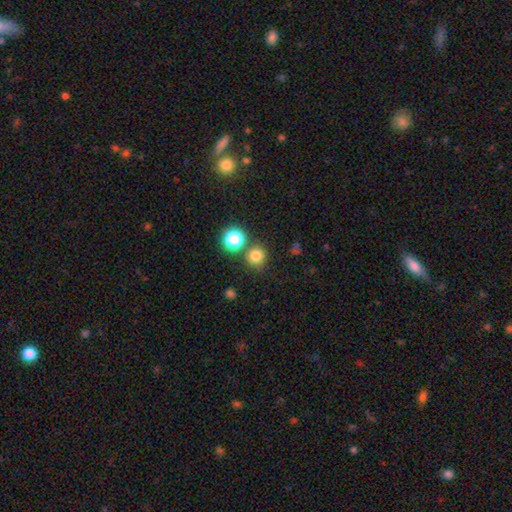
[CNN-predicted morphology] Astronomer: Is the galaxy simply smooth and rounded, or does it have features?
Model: smooth — 78%.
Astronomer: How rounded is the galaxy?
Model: round — 91%.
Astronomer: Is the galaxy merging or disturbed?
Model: none — 76%.